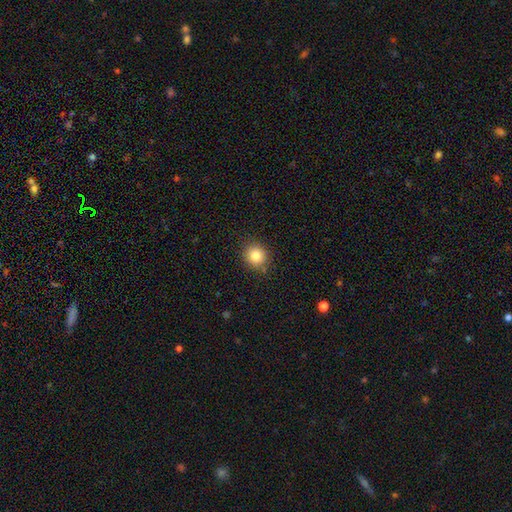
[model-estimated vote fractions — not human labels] Smooth or featured? smooth (83%)
How rounded? round (88%)
Merging? none (87%)